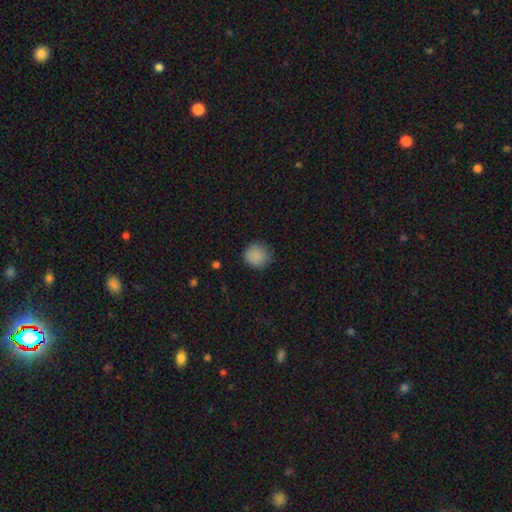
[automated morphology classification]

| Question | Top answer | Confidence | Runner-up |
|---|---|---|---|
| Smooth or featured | smooth | 87% | star or artifact (9%) |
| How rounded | round | 91% | in between (8%) |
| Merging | none | 84% | minor disturbance (12%) |